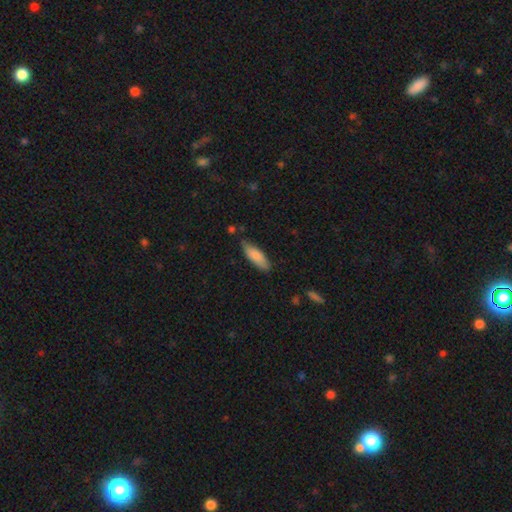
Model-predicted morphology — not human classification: smooth 85%, featured or disk 9%, star or artifact 6%. Down the decision tree: how rounded — in between (57%); merging — none (73%).